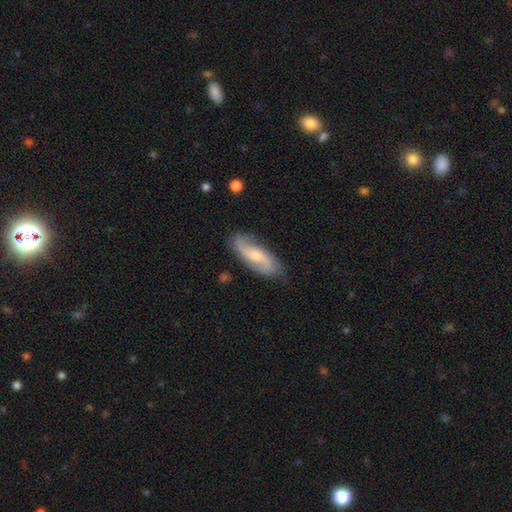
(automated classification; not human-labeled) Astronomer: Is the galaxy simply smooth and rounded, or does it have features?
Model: featured or disk — 72%.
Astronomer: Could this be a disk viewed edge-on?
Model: no — 91%.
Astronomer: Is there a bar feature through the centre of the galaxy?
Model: no — 47% (runner-up: weak, 42%).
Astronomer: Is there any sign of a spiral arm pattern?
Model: yes — 94%.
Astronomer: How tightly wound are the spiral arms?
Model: loose — 58%.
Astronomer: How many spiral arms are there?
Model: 2 — 89%.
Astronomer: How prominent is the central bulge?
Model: small — 46% (runner-up: moderate, 45%).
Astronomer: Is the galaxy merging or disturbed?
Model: none — 78%.